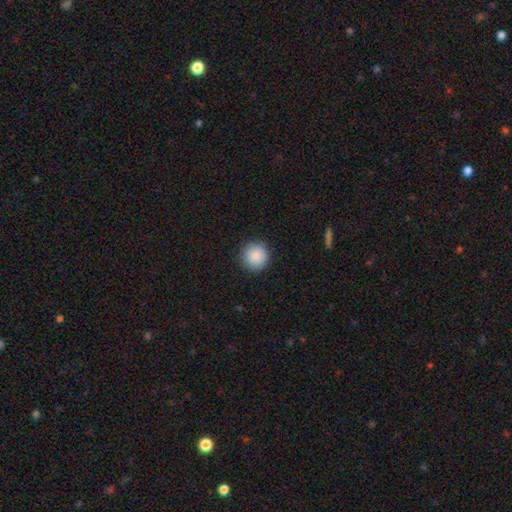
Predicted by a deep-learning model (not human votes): A smooth galaxy with no disk features (89%) that is round (95%). Merging: none (91%).